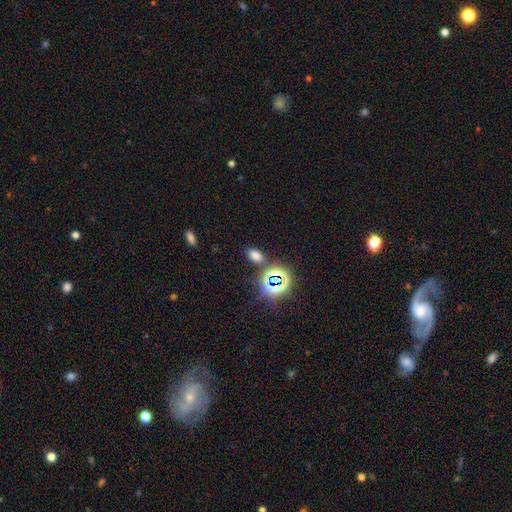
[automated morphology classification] smooth-or-featured: smooth: 66% | star or artifact: 28% | featured or disk: 6%
  how-rounded: in between: 86% | round: 12% | cigar-shaped: 2%
  merging: none: 81% | minor disturbance: 9% | merger: 7% | major disturbance: 3%